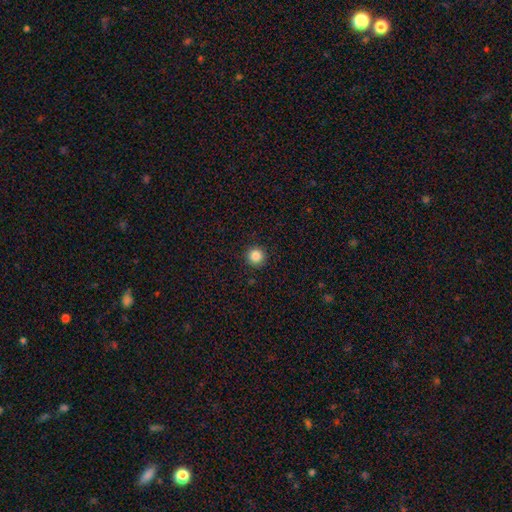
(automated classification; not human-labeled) Smooth or featured? smooth (85%)
How rounded? round (96%)
Merging? none (92%)